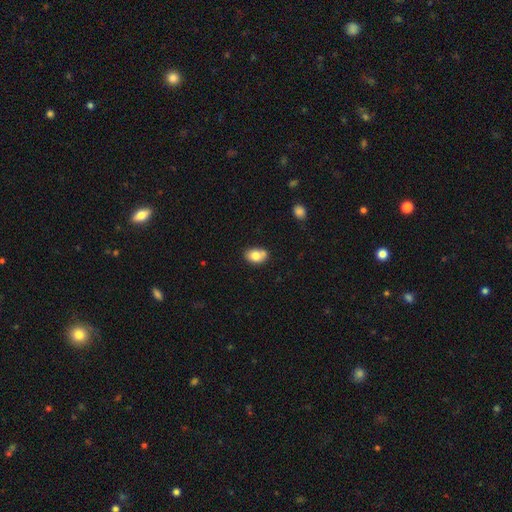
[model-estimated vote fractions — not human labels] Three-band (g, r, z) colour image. It shows a smooth galaxy with no disk features (79%) that is in between round and cigar-shaped (79%). Merging: none (60%).